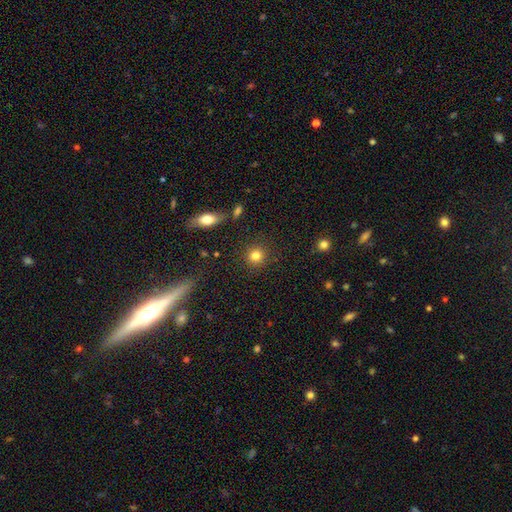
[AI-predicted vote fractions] Smooth or featured?
  - smooth: 83% *
  - star or artifact: 11%
  - featured or disk: 6%
How rounded?
  - round: 91% *
  - in between: 8%
  - cigar-shaped: 1%
Merging?
  - none: 90% *
  - minor disturbance: 6%
  - major disturbance: 2%
  - merger: 2%